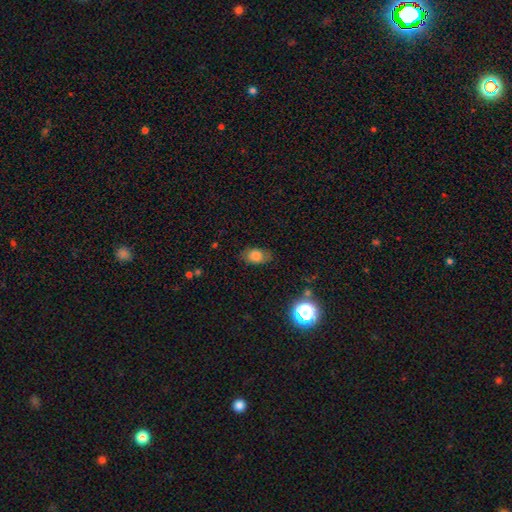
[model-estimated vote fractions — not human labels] The model was most divided on "merging": none: 75%, minor disturbance: 18%, major disturbance: 5%, merger: 1%. More confident: how rounded — in between (83%); smooth or featured — smooth (76%).